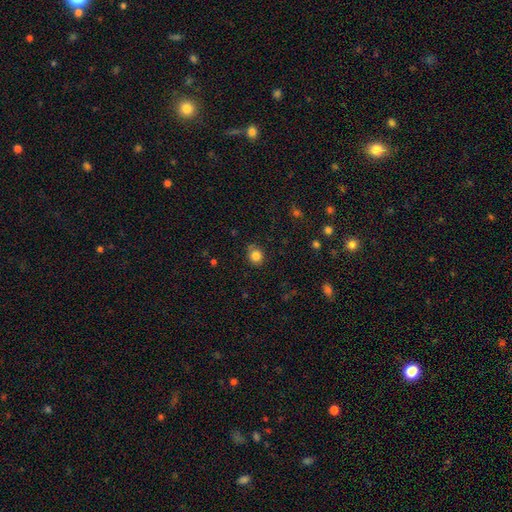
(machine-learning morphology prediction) smooth-or-featured: smooth: 84% | star or artifact: 11% | featured or disk: 5%
  how-rounded: round: 77% | in between: 22% | cigar-shaped: 1%
  merging: none: 80% | minor disturbance: 15% | major disturbance: 3% | merger: 2%